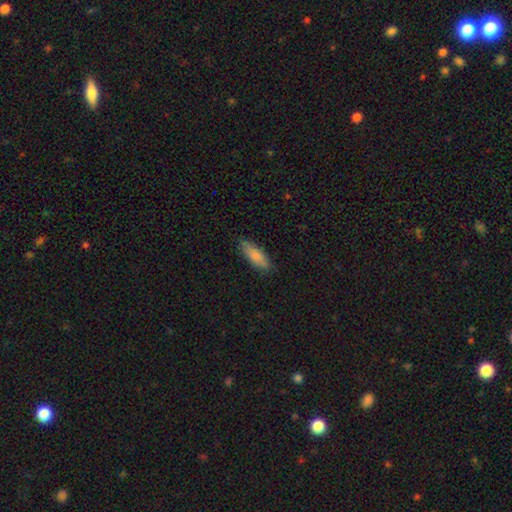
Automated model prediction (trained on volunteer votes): Smooth or featured?
  - smooth: 83% *
  - featured or disk: 11%
  - star or artifact: 6%
How rounded?
  - in between: 62% *
  - cigar-shaped: 36%
  - round: 2%
Merging?
  - none: 83% *
  - minor disturbance: 14%
  - major disturbance: 2%
  - merger: 1%